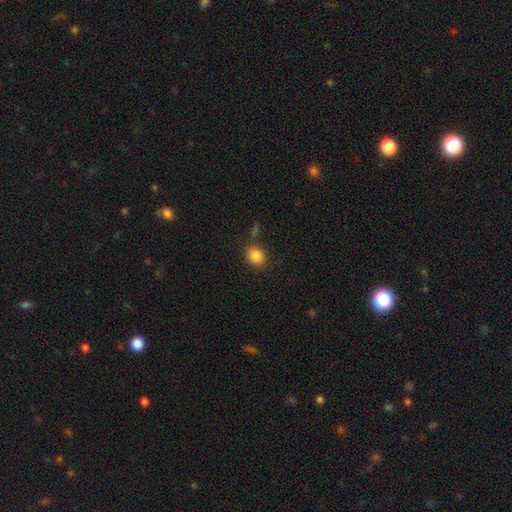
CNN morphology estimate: Smooth or featured? Predicted: smooth (p=0.86). How rounded? Predicted: round (p=0.61). Merging? Predicted: none (p=0.79).